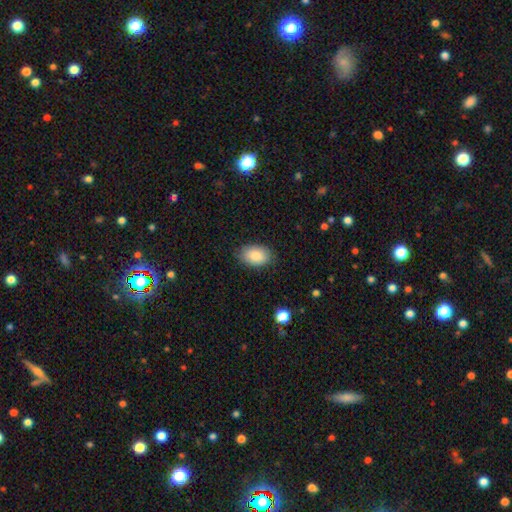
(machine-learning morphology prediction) Smooth or featured: smooth — 85% (featured or disk — 8%)
How rounded: in between — 88% (round — 10%)
Merging: none — 83% (minor disturbance — 13%)